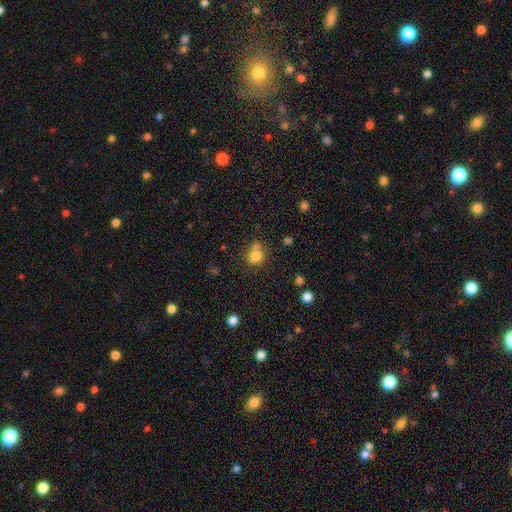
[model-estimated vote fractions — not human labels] Smooth or featured?
  - smooth: 80% *
  - star or artifact: 12%
  - featured or disk: 8%
How rounded?
  - round: 83% *
  - in between: 16%
  - cigar-shaped: 1%
Merging?
  - none: 56% *
  - merger: 23%
  - minor disturbance: 15%
  - major disturbance: 5%